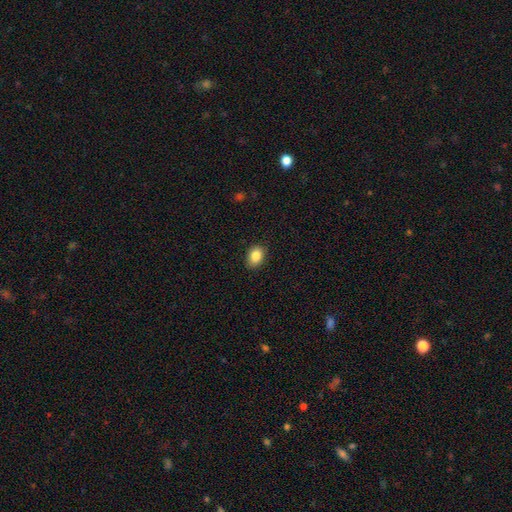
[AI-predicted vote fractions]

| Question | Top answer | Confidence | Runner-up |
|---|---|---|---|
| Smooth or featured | smooth | 85% | star or artifact (9%) |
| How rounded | in between | 67% | round (32%) |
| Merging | none | 87% | minor disturbance (10%) |